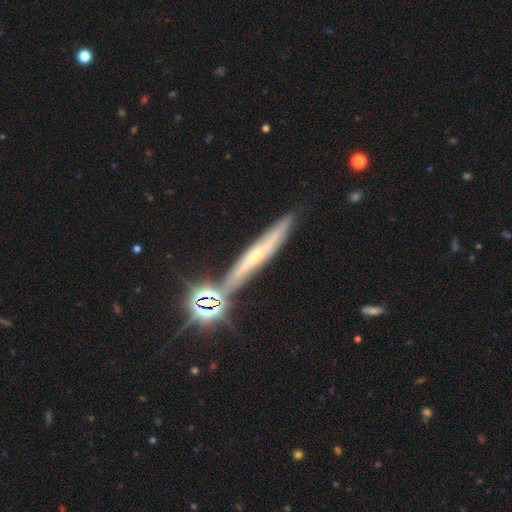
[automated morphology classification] Smooth or featured? Predicted: featured or disk (p=0.53). Edge-on disk? Predicted: yes (p=0.84). Merging? Predicted: none (p=0.75).